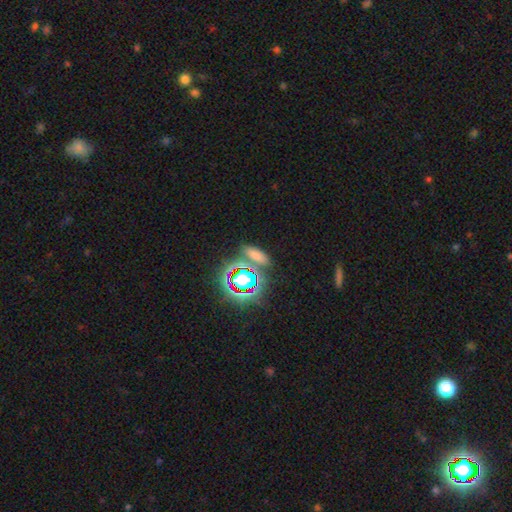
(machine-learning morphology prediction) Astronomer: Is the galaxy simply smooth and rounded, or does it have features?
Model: smooth — 57% (runner-up: star or artifact, 32%).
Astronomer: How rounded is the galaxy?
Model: in between — 70%.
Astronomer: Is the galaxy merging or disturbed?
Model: none — 74%.